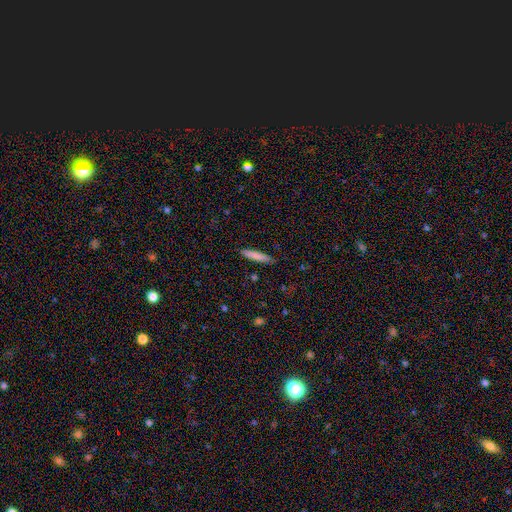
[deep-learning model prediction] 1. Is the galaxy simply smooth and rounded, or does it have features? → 81% smooth, 13% featured or disk, 6% star or artifact.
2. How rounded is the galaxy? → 91% cigar-shaped, 8% in between, 1% round.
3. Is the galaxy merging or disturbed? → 86% none, 11% minor disturbance, 2% major disturbance, 1% merger.